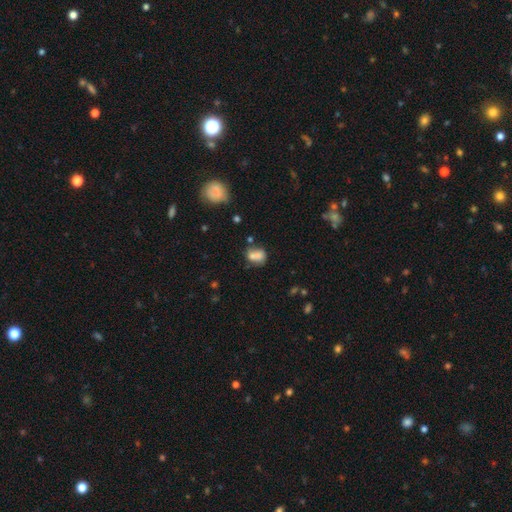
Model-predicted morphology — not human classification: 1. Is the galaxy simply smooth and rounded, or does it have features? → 71% smooth, 18% featured or disk, 12% star or artifact.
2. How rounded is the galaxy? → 54% in between, 45% round, 2% cigar-shaped.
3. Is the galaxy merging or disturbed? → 40% merger, 34% none, 17% minor disturbance, 9% major disturbance.